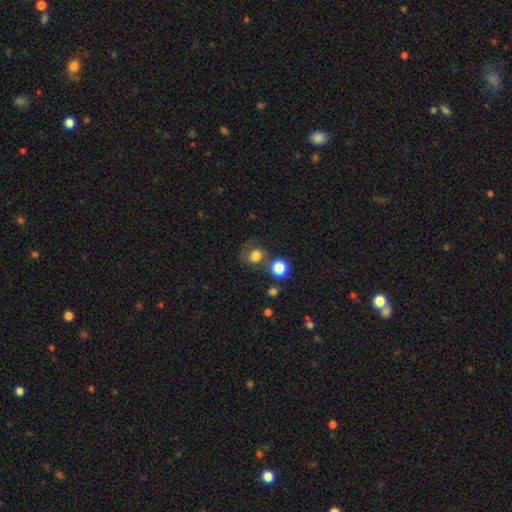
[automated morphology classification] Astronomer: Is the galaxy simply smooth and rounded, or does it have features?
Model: smooth — 63%.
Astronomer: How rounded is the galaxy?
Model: round — 70%.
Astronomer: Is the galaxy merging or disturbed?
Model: none — 44% (runner-up: major disturbance, 20%).